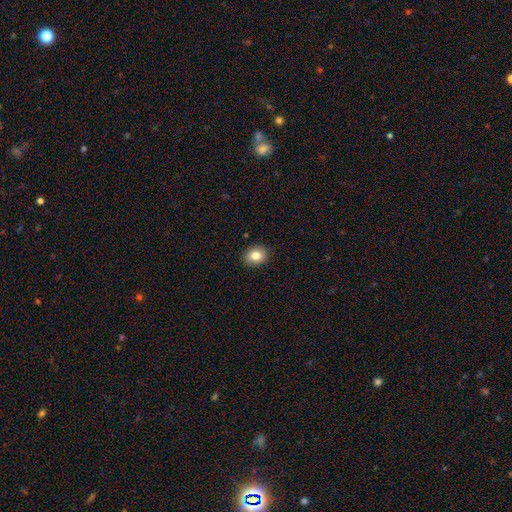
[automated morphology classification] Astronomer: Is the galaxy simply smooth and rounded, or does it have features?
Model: smooth — 82%.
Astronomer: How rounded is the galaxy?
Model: round — 53% (runner-up: in between, 46%).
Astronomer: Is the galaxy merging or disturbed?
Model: none — 90%.